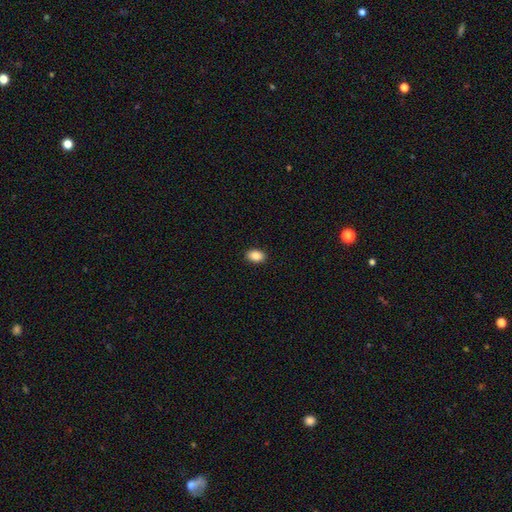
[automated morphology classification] smooth 89%, star or artifact 8%, featured or disk 3%. Down the decision tree: how rounded — in between (83%); merging — none (91%).